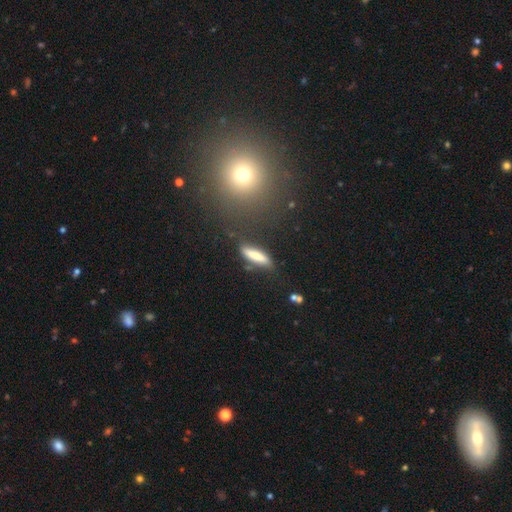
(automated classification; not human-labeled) A smooth galaxy with no disk features (76%) that is cigar-shaped (72%). Merging: none (72%).